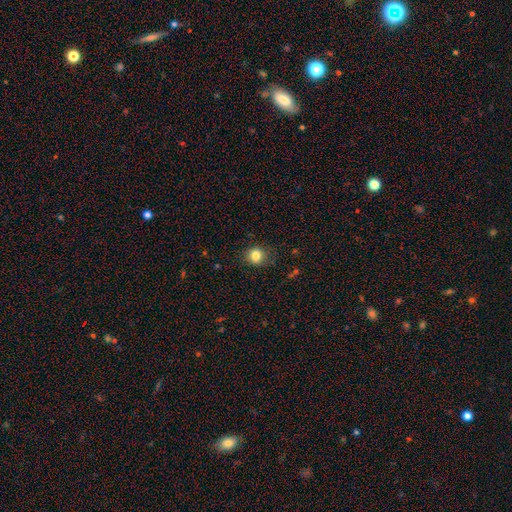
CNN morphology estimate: This is clearly a smooth galaxy (82%). How rounded: clearly round (82%). Merging: clearly none (83%).